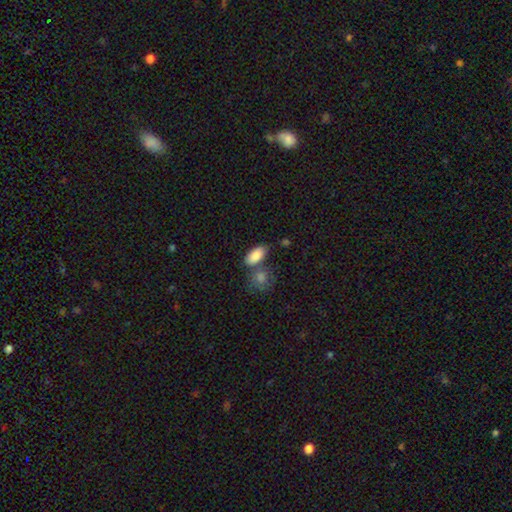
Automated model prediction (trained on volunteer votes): Overall: smooth (86%). How rounded: in between (91%). Merging: none (59%; merger 22%).